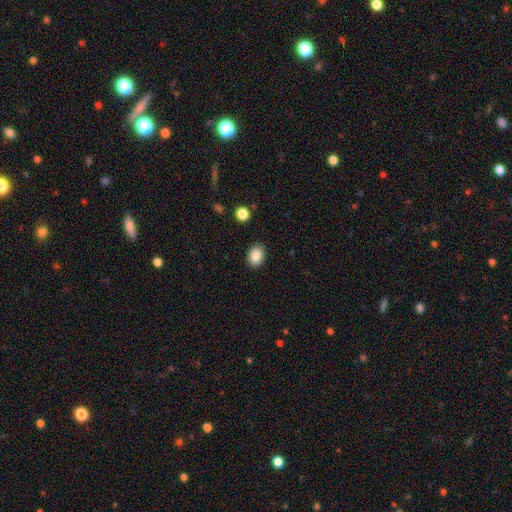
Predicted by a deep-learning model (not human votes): Q: Smooth or featured?
A: smooth (87%); runner-up: star or artifact (8%)
Q: How rounded?
A: in between (67%); runner-up: round (32%)
Q: Merging?
A: none (89%); runner-up: minor disturbance (8%)